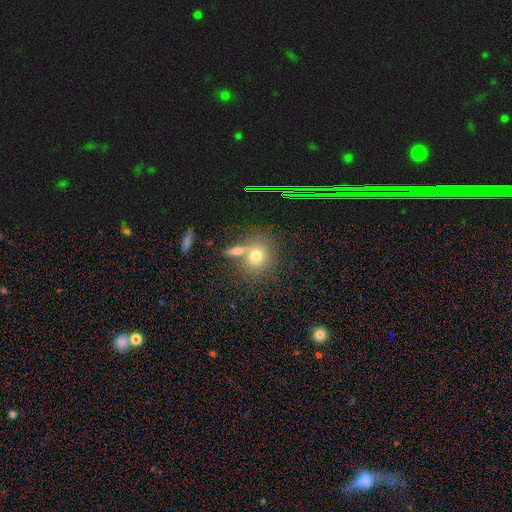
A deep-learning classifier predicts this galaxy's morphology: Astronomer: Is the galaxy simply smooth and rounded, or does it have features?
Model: smooth — 71%.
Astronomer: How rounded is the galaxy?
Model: round — 76%.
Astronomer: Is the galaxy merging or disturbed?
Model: none — 54% (runner-up: merger, 32%).